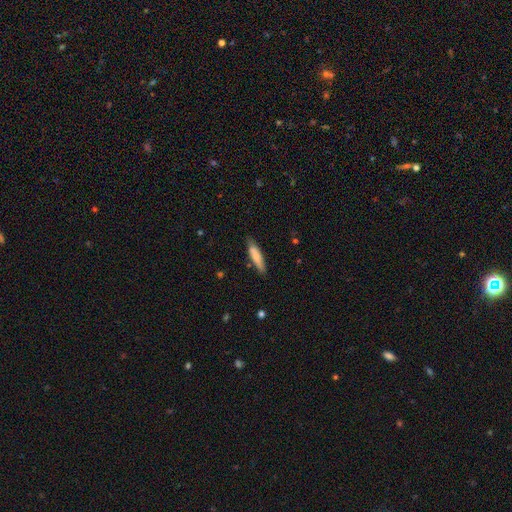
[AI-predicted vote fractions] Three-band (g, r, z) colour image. It shows a smooth galaxy with no disk features (75%) that is cigar-shaped (78%). Merging: none (77%).